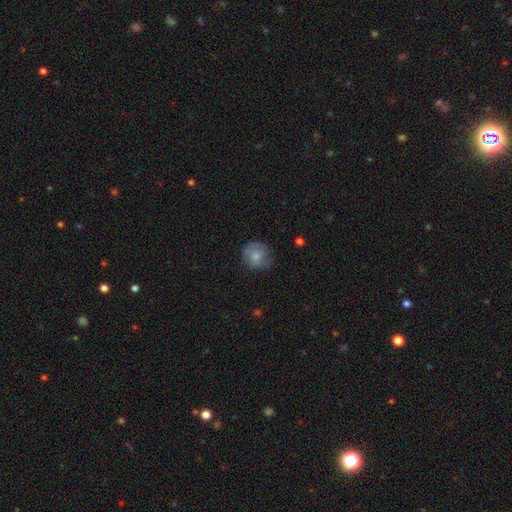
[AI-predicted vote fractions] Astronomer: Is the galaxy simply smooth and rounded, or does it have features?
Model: smooth — 68%.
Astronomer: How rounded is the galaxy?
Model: round — 86%.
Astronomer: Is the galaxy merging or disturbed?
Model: none — 68%.